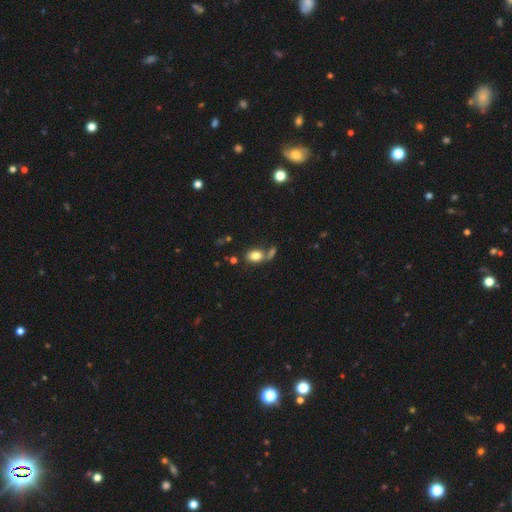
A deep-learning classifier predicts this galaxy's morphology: smooth-or-featured: smooth: 81% | star or artifact: 10% | featured or disk: 9%
  how-rounded: in between: 78% | round: 20% | cigar-shaped: 2%
  merging: none: 58% | merger: 24% | minor disturbance: 13% | major disturbance: 5%